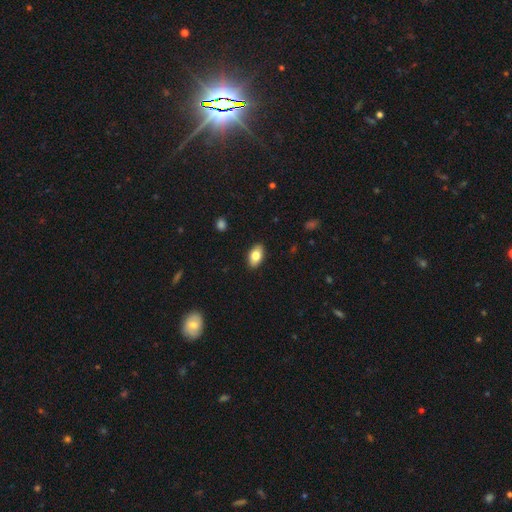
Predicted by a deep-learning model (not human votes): Smooth or featured? smooth (78%)
How rounded? in between (91%)
Merging? none (89%)